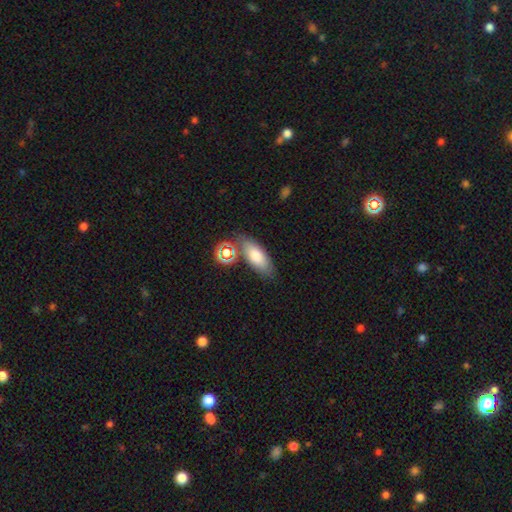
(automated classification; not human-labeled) This is likely a smooth galaxy (76%). How rounded: likely in between (77%). Merging: likely none (74%).